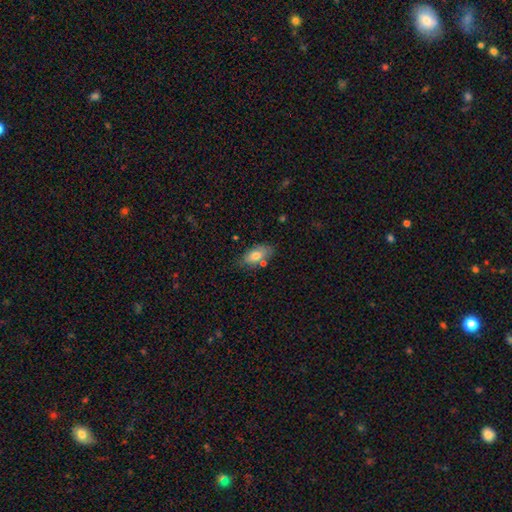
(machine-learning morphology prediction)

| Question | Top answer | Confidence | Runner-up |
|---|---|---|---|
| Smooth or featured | smooth | 76% | featured or disk (16%) |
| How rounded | in between | 90% | cigar-shaped (6%) |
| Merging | none | 69% | minor disturbance (18%) |